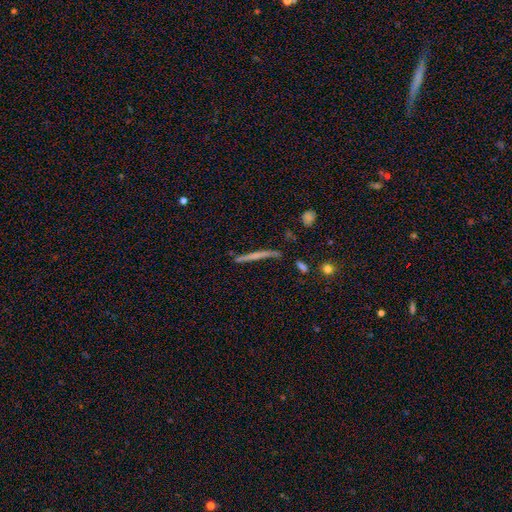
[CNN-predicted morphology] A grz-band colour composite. It shows a featured or disk galaxy (51%) viewed edge-on (94%). Merging: none (79%).